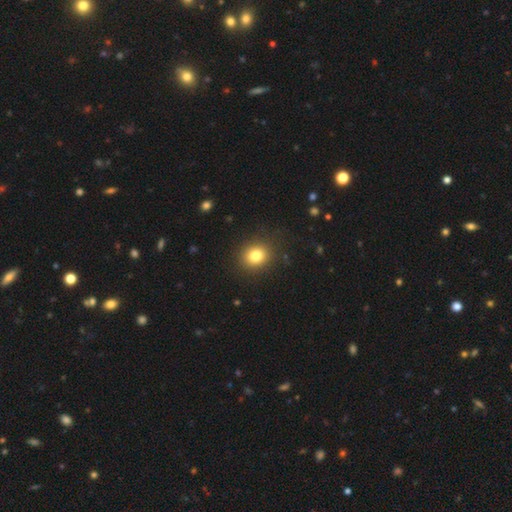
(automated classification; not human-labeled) This appears to be a smooth galaxy with no disk features (81%) that is round (73%). Merging: none (88%).